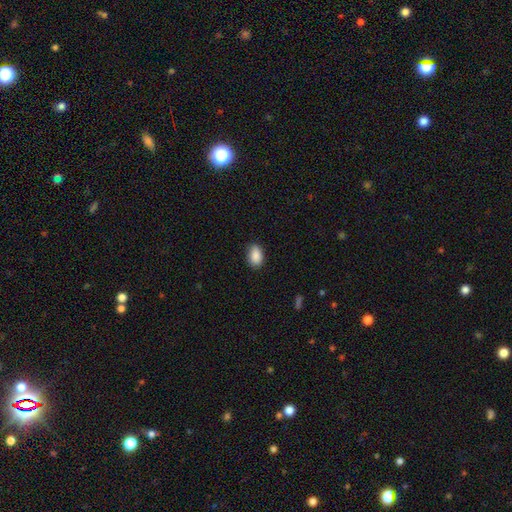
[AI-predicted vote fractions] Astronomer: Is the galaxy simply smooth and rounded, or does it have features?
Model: smooth — 89%.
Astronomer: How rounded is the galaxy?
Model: in between — 88%.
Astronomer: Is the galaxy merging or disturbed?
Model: none — 85%.